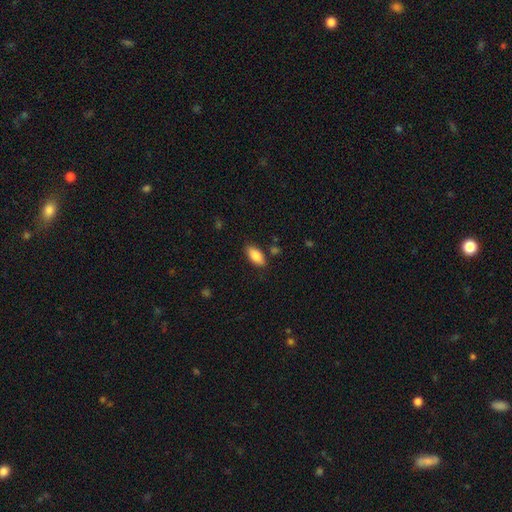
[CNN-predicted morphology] Q: Smooth or featured?
A: smooth (84%); runner-up: featured or disk (9%)
Q: How rounded?
A: in between (89%); runner-up: cigar-shaped (9%)
Q: Merging?
A: none (84%); runner-up: minor disturbance (11%)